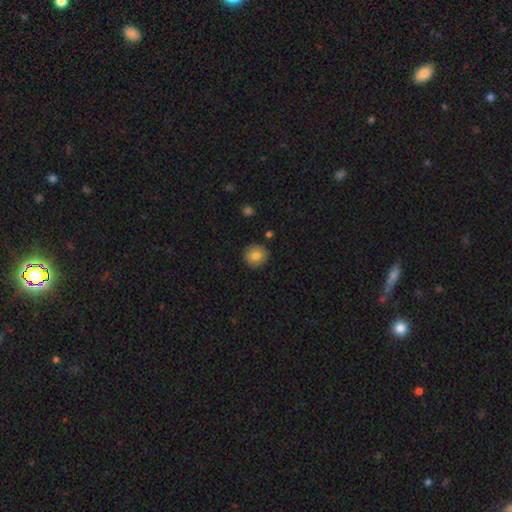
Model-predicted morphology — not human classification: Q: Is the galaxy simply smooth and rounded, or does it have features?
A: smooth — 82%.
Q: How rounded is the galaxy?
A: round — 92%.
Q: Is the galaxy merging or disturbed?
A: none — 88%.